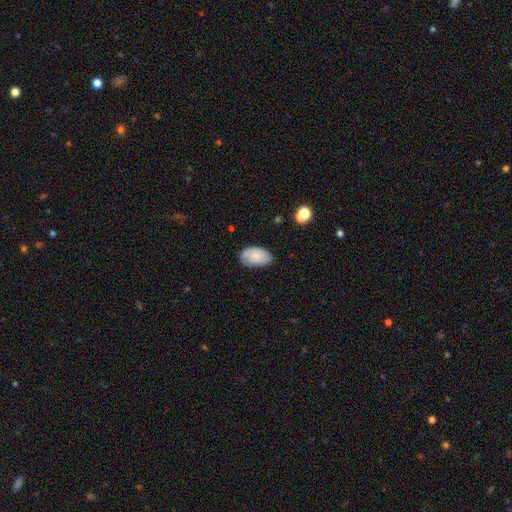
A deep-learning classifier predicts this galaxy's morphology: smooth-or-featured: smooth: 75% | featured or disk: 17% | star or artifact: 7%
  how-rounded: in between: 93% | round: 5% | cigar-shaped: 1%
  merging: none: 68% | minor disturbance: 25% | major disturbance: 5% | merger: 2%